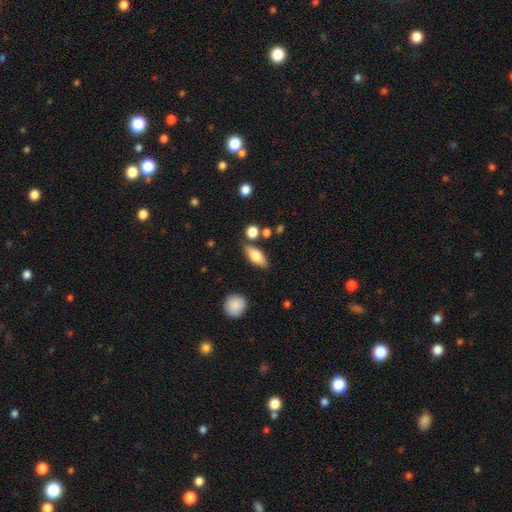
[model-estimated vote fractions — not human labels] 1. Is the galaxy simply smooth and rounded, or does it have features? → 68% smooth, 25% featured or disk, 7% star or artifact.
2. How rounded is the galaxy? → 75% in between, 20% cigar-shaped, 5% round.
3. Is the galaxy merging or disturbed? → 77% none, 13% minor disturbance, 7% merger, 3% major disturbance.